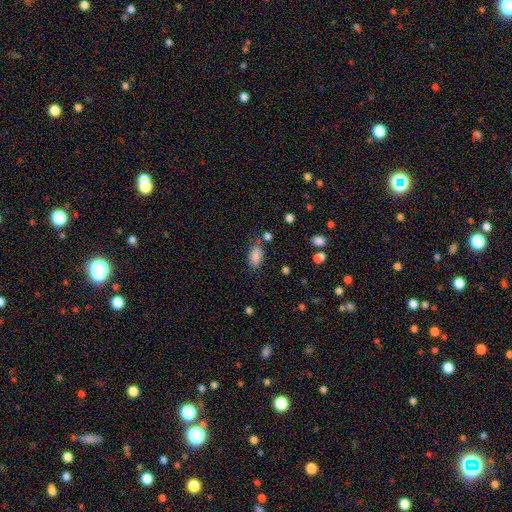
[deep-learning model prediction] Smooth or featured? Predicted: smooth (p=0.86). How rounded? Predicted: in between (p=0.92). Merging? Predicted: none (p=0.71).